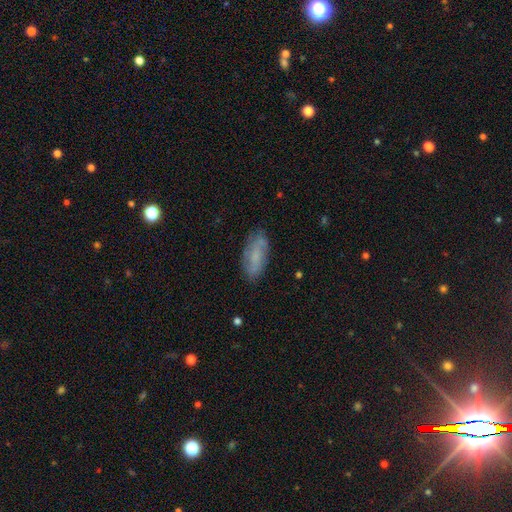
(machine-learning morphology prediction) This appears to be a smooth galaxy with no disk features (54%) that is in between round and cigar-shaped (82%). Merging: none (77%).